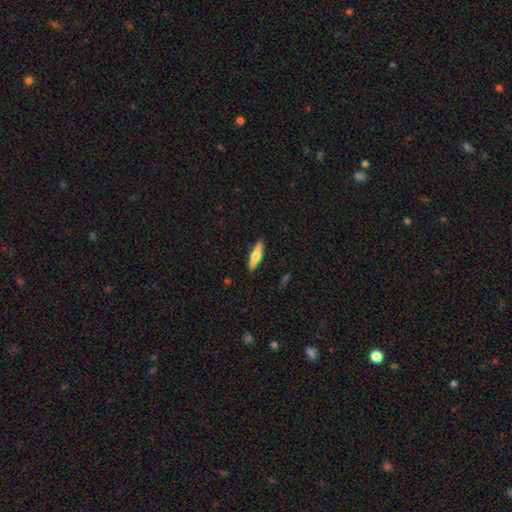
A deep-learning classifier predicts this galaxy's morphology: This appears to be a smooth galaxy with no disk features (65%) that is cigar-shaped (71%). Merging: none (90%).